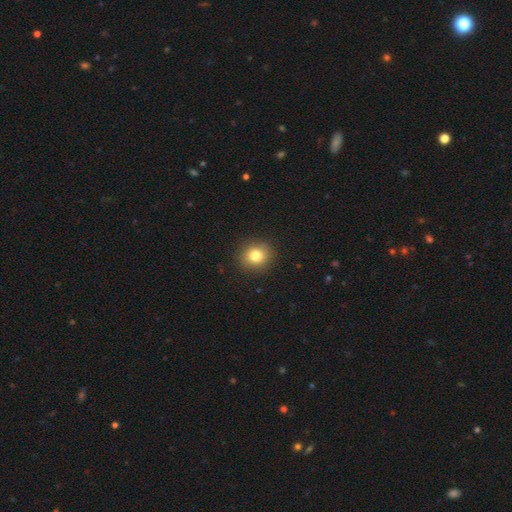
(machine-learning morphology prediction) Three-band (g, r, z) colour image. It shows a smooth galaxy with no disk features (80%) that is round (81%). Merging: none (90%).